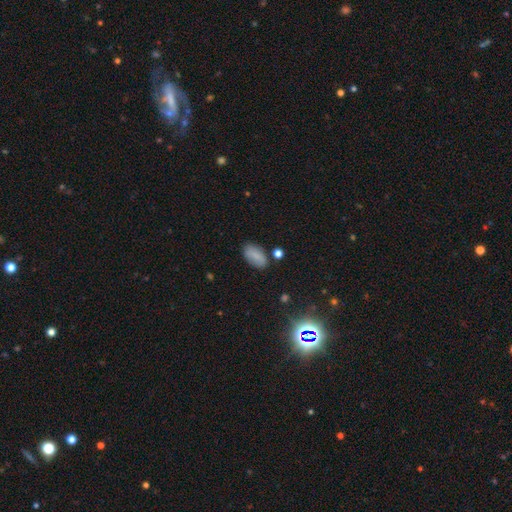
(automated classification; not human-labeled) Smooth or featured? Predicted: smooth (p=0.82). How rounded? Predicted: in between (p=0.93). Merging? Predicted: none (p=0.80).